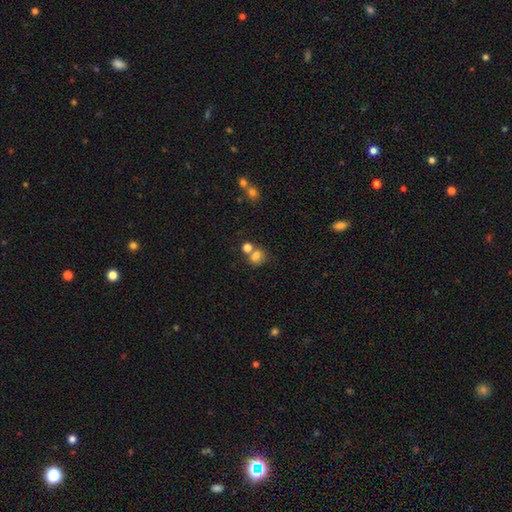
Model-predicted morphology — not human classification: smooth_or_featured: smooth (p=0.77) [alt: star or artifact p=0.14]
how_rounded: round (p=0.60) [alt: in between p=0.39]
merging: none (p=0.47) [alt: merger p=0.36]